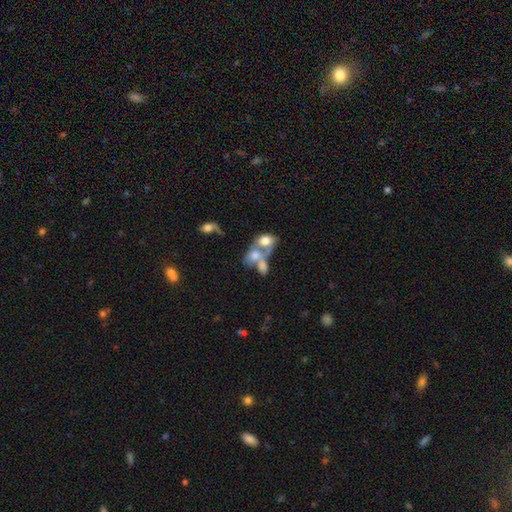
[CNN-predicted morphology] The model was most divided on "smooth or featured": smooth: 57%, featured or disk: 30%, star or artifact: 13%. More confident: how rounded — in between (70%); merging — merger (66%).